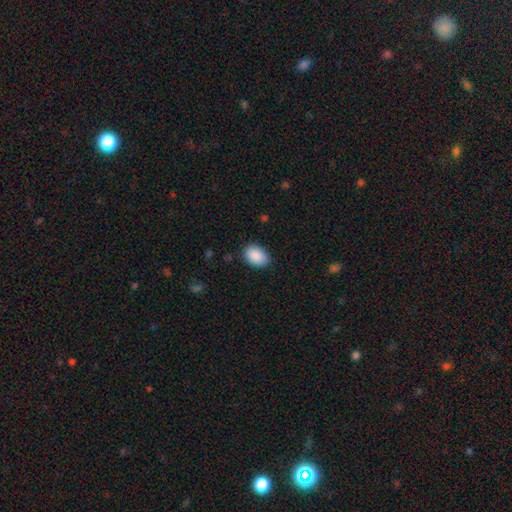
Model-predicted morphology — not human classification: Smooth or featured? smooth (90%)
How rounded? in between (85%)
Merging? none (83%)